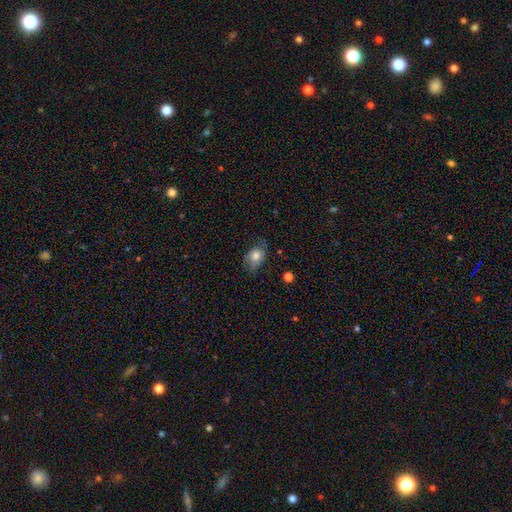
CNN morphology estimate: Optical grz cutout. It shows a smooth galaxy with no disk features (76%) that is in between round and cigar-shaped (76%). Merging: none (63%).